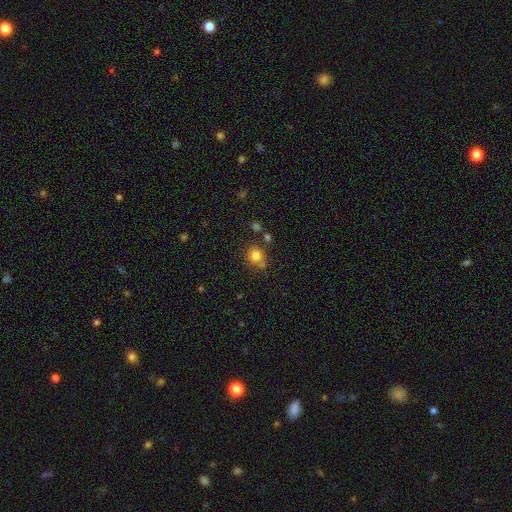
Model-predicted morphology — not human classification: smooth-or-featured: smooth: 80% | star or artifact: 13% | featured or disk: 7%
  how-rounded: round: 87% | in between: 12% | cigar-shaped: 1%
  merging: none: 67% | merger: 15% | minor disturbance: 14% | major disturbance: 4%